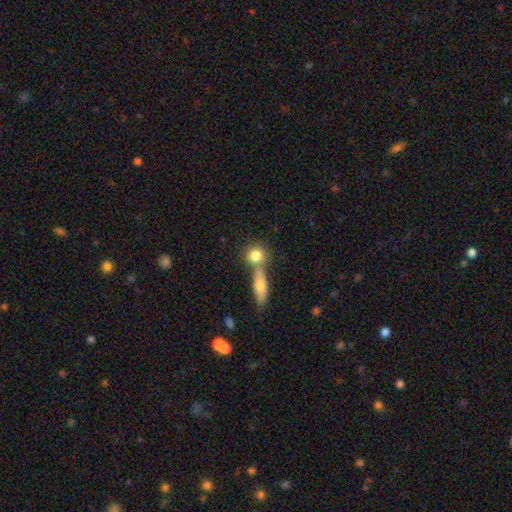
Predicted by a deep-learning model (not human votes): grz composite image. It shows a smooth galaxy with no disk features (79%) that is round (72%). Merging: none (49%).